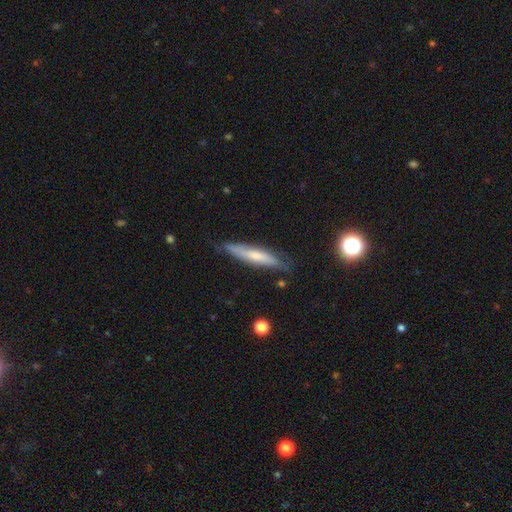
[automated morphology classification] smooth-or-featured: smooth: 53% | featured or disk: 40% | star or artifact: 7%
  how-rounded: cigar-shaped: 87% | in between: 12% | round: 2%
  merging: none: 75% | minor disturbance: 19% | major disturbance: 4% | merger: 2%